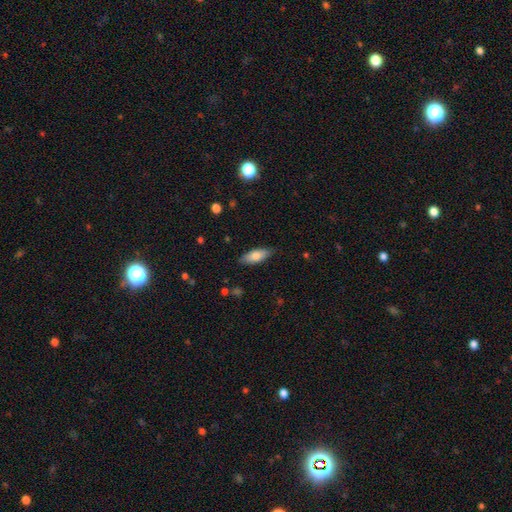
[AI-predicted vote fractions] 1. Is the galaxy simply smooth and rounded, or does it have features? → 76% smooth, 18% featured or disk, 6% star or artifact.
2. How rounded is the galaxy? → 73% in between, 25% cigar-shaped, 2% round.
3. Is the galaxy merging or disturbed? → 84% none, 13% minor disturbance, 2% major disturbance, 1% merger.